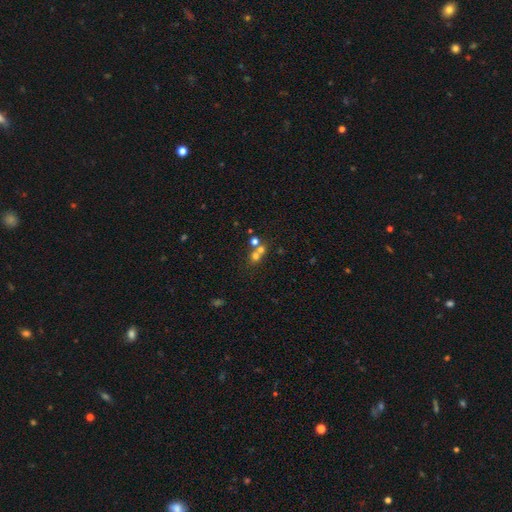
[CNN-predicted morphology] smooth_or_featured: smooth (p=0.60) [alt: star or artifact p=0.22]
how_rounded: round (p=0.82) [alt: in between p=0.17]
merging: merger (p=0.51) [alt: none p=0.39]